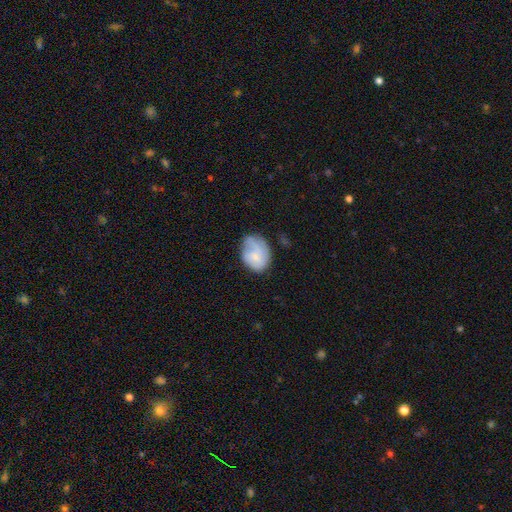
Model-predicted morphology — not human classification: A smooth galaxy with no disk features (64%) that is in between round and cigar-shaped (64%).

Vote fractions:
- Smooth or featured? smooth: 64% / featured or disk: 29% / star or artifact: 7%
- How rounded? in between: 64% / round: 35% / cigar-shaped: 1%
- Merging? none: 43% / minor disturbance: 37% / major disturbance: 18% / merger: 3%